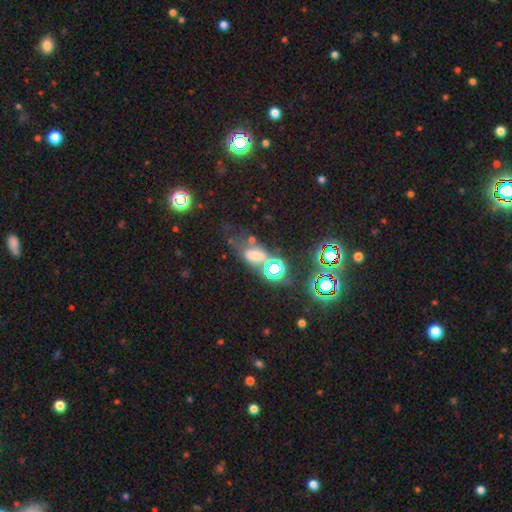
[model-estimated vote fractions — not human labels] This appears to be a smooth galaxy with no disk features (43%). Merging: none (35%).